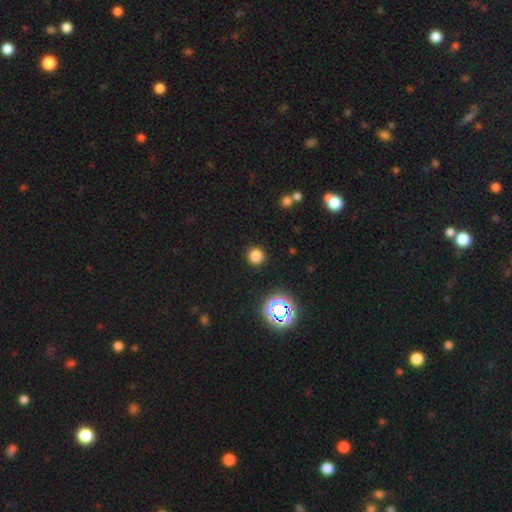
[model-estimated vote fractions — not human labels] The model was most divided on "smooth or featured": smooth: 77%, star or artifact: 19%, featured or disk: 5%. More confident: how rounded — round (94%); merging — none (91%).